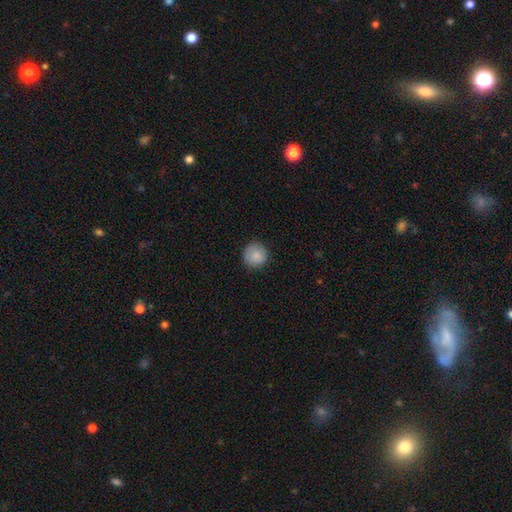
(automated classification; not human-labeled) This is clearly a smooth galaxy (87%). How rounded: clearly round (94%). Merging: clearly none (87%).